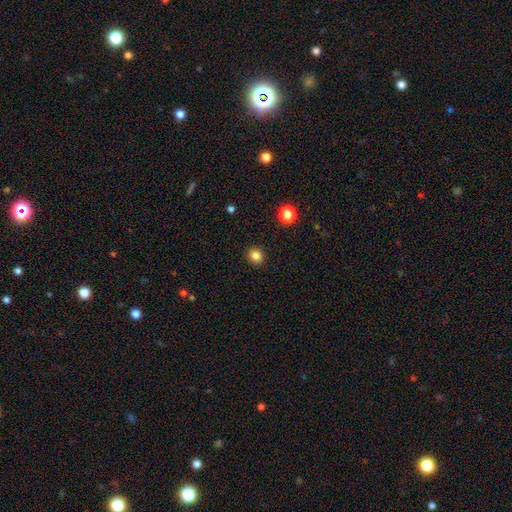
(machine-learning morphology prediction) type=smooth (84%); roundness=round (80%); merging=none (92%).